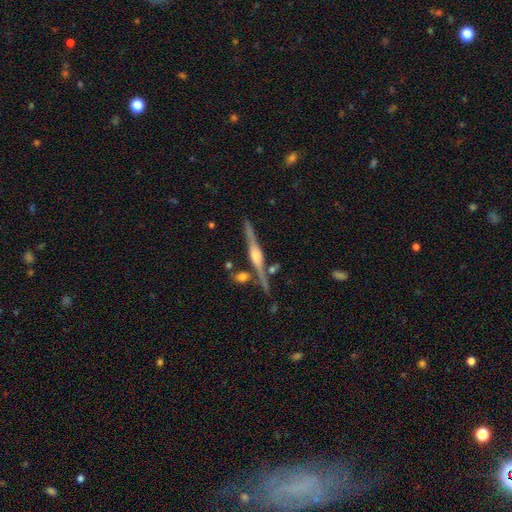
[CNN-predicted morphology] A featured or disk galaxy (87%) viewed edge-on (98%) with a rounded central bulge (85%).

Vote fractions:
- Smooth or featured? featured or disk: 87% / smooth: 8% / star or artifact: 6%
- Edge-on disk? yes: 98% / no: 2%
- Edge-on bulge? rounded: 85% / boxy: 10% / none: 5%
- Merging? none: 84% / minor disturbance: 8% / merger: 6% / major disturbance: 2%